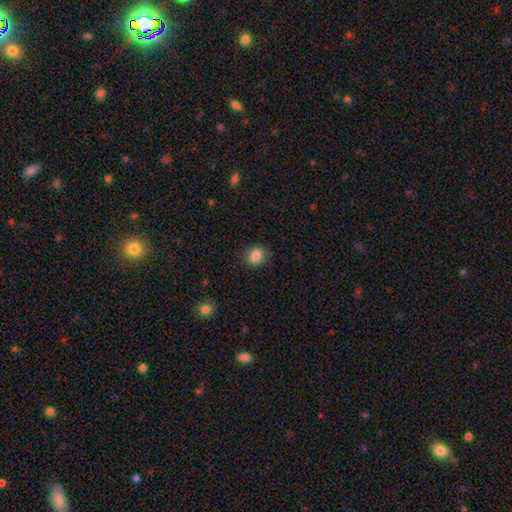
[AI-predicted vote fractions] The model was most divided on "how rounded": in between: 56%, round: 43%, cigar-shaped: 1%. More confident: smooth or featured — smooth (85%); merging — none (82%).